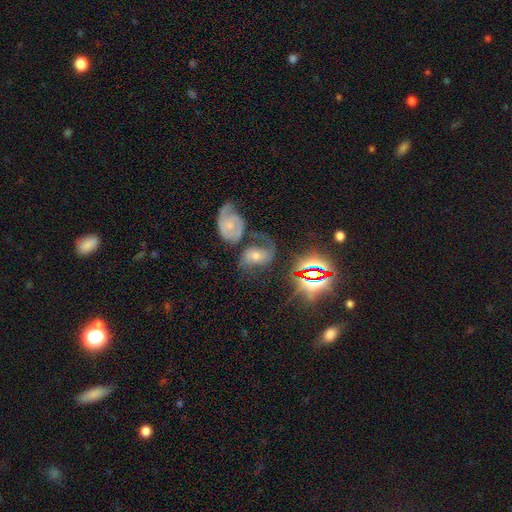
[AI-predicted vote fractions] Smooth or featured: featured or disk — 56% (smooth — 25%)
Edge-on disk: no — 96% (yes — 4%)
Bar: no — 63% (weak — 26%)
Spiral arms: yes — 84% (no — 16%)
Bulge size: moderate — 57% (small — 33%)
Merging: none — 34% (merger — 28%)